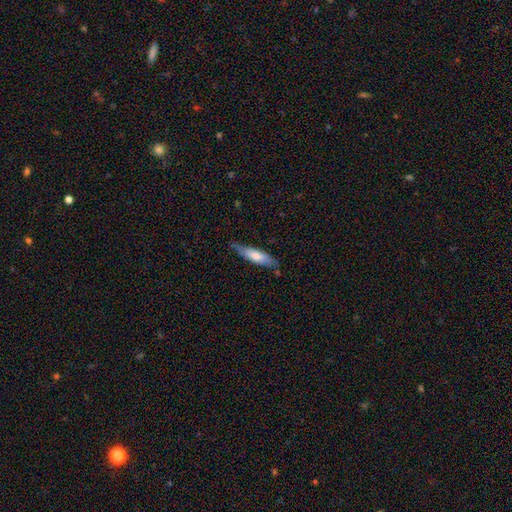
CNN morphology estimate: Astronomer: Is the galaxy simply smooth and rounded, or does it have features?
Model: smooth — 61%.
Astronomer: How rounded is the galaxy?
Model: cigar-shaped — 64%.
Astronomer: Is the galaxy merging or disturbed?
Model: none — 71%.